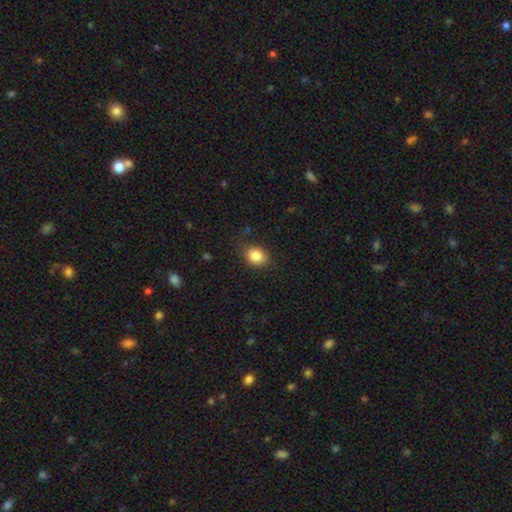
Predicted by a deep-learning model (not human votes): A smooth galaxy with no disk features (84%) that is round (51%).

Vote fractions:
- Smooth or featured? smooth: 84% / star or artifact: 10% / featured or disk: 6%
- How rounded? round: 51% / in between: 48% / cigar-shaped: 1%
- Merging? none: 75% / minor disturbance: 18% / major disturbance: 5% / merger: 1%